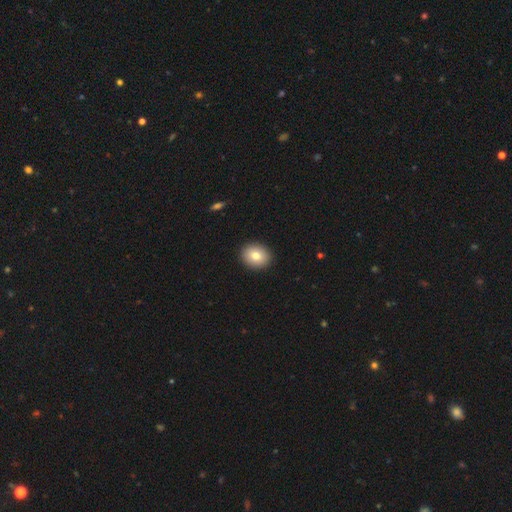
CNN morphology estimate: A smooth galaxy with no disk features (80%) that is round (65%).

Vote fractions:
- Smooth or featured? smooth: 80% / featured or disk: 11% / star or artifact: 9%
- How rounded? round: 65% / in between: 34% / cigar-shaped: 1%
- Merging? none: 92% / minor disturbance: 5% / major disturbance: 2% / merger: 1%